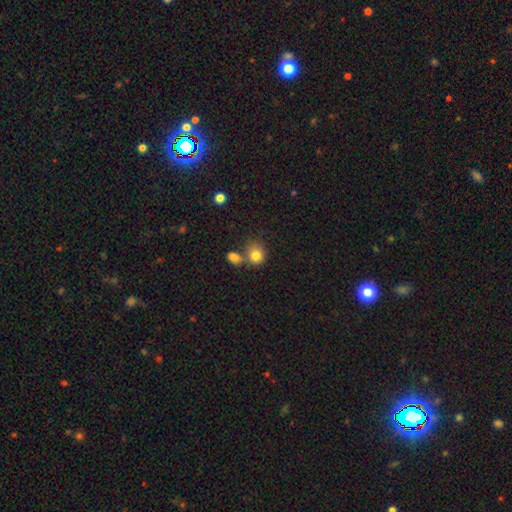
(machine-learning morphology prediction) A smooth galaxy with no disk features (82%) that is round (68%). Merging: none (49%).